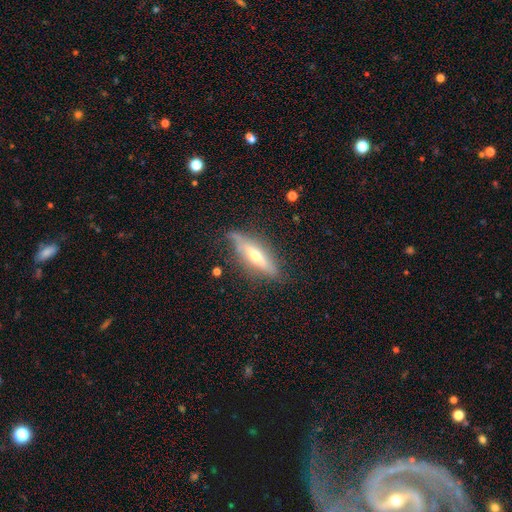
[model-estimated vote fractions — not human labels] This is likely a featured or disk galaxy (61%). It is clearly viewed edge-on (85%). Edge-on bulge: clearly rounded (88%). Merging: likely none (74%).